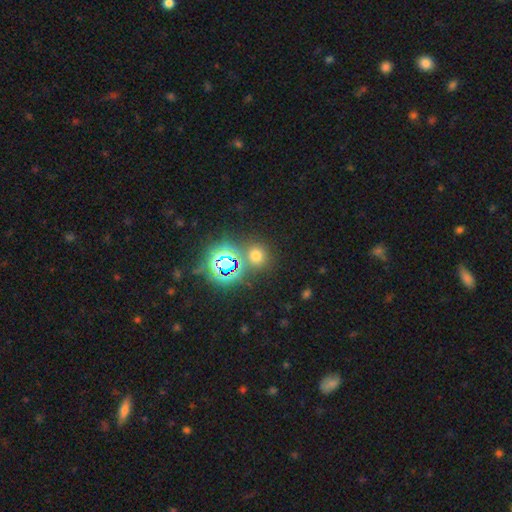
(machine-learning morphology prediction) smooth-or-featured: smooth: 53% | star or artifact: 40% | featured or disk: 7%
  how-rounded: round: 83% | in between: 16% | cigar-shaped: 1%
  merging: none: 78% | merger: 10% | minor disturbance: 8% | major disturbance: 4%